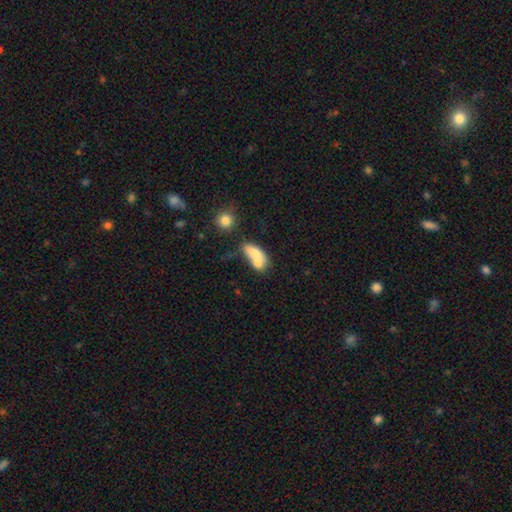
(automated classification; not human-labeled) This appears to be a smooth galaxy with no disk features (69%) that is in between round and cigar-shaped (81%). Merging: merger (57%).